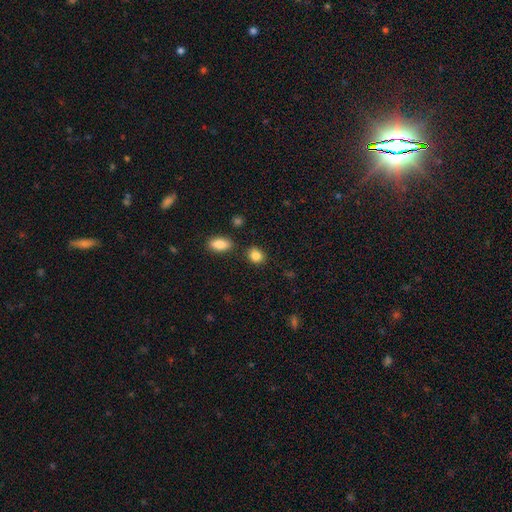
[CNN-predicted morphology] smooth-or-featured: smooth: 86% | star or artifact: 9% | featured or disk: 5%
  how-rounded: round: 56% | in between: 43% | cigar-shaped: 1%
  merging: none: 80% | minor disturbance: 11% | merger: 6% | major disturbance: 3%